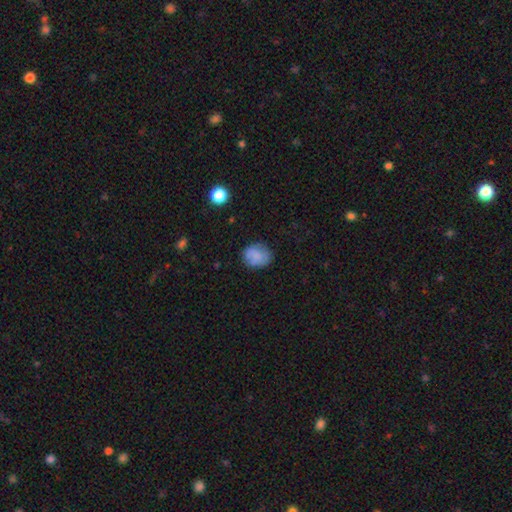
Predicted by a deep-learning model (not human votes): Smooth or featured? smooth (78%)
How rounded? round (58%)
Merging? none (75%)